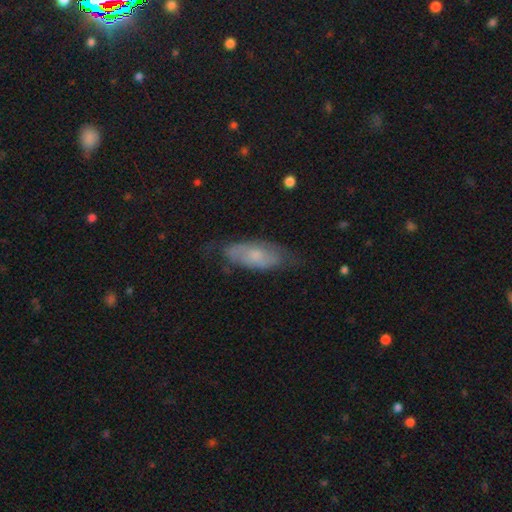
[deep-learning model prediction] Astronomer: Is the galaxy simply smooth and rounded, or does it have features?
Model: smooth — 56% (runner-up: featured or disk, 37%).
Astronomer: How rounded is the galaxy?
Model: in between — 79%.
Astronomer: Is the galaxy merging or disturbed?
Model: none — 59%.